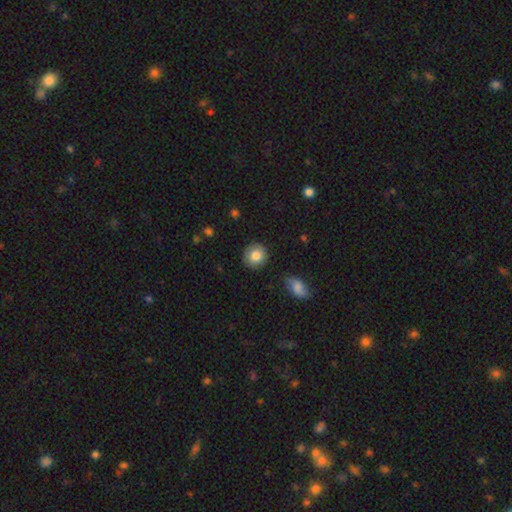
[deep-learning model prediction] smooth 81%, featured or disk 11%, star or artifact 7%. Down the decision tree: how rounded — round (90%); merging — none (88%).